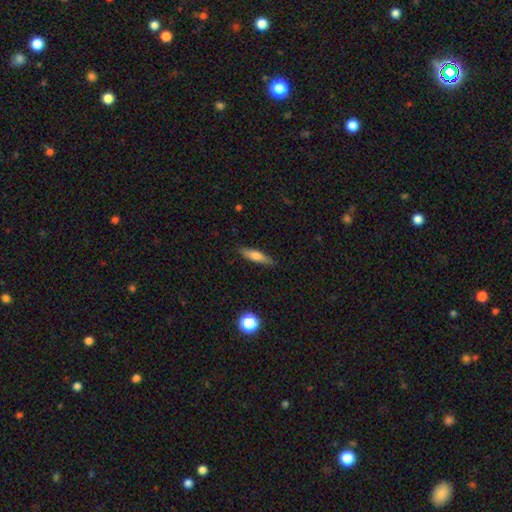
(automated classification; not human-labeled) Q: Smooth or featured?
A: smooth (62%); runner-up: featured or disk (31%)
Q: How rounded?
A: cigar-shaped (75%); runner-up: in between (23%)
Q: Merging?
A: none (88%); runner-up: minor disturbance (9%)